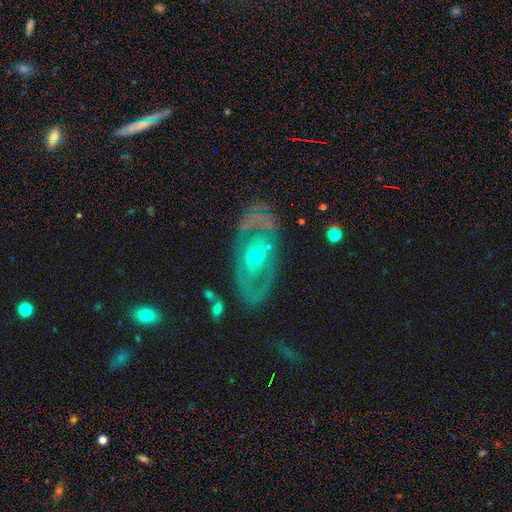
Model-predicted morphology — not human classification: Smooth or featured?
  - featured or disk: 75% *
  - smooth: 19%
  - star or artifact: 6%
Edge-on disk?
  - no: 93% *
  - yes: 7%
Bar?
  - no: 65% *
  - weak: 24%
  - strong: 11%
Spiral arms?
  - no: 52% *
  - yes: 48%
Bulge size?
  - moderate: 51% *
  - small: 43%
  - large: 3%
  - none: 1%
  - dominant: 1%
Merging?
  - none: 72% *
  - minor disturbance: 16%
  - major disturbance: 8%
  - merger: 3%